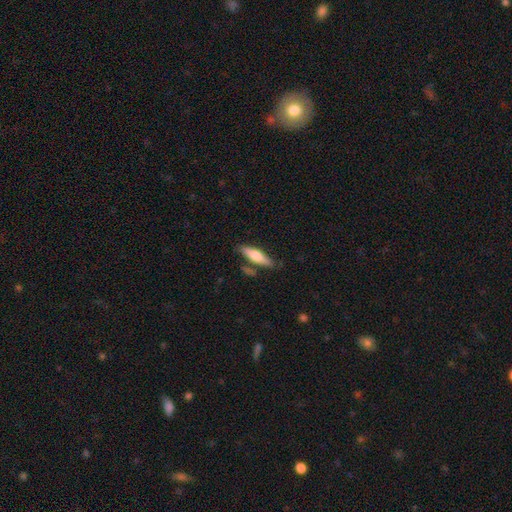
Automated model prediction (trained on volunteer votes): The model was most divided on "smooth or featured": smooth: 60%, featured or disk: 34%, star or artifact: 6%. More confident: merging — none (75%); how rounded — cigar-shaped (69%).